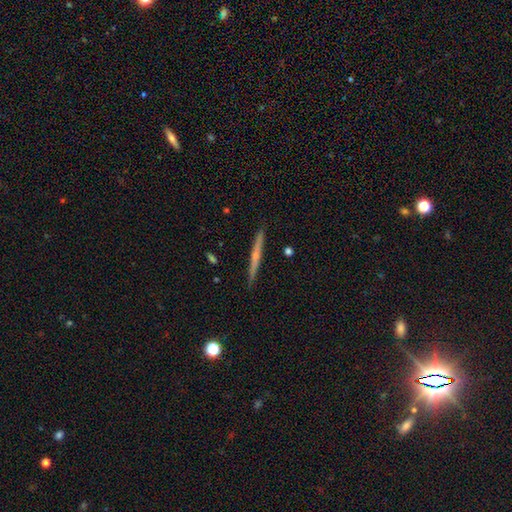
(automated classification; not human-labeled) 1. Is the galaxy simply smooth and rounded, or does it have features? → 58% featured or disk, 35% smooth, 6% star or artifact.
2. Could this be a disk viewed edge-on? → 98% yes, 2% no.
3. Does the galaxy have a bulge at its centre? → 51% none, 44% rounded, 5% boxy.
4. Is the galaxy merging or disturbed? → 91% none, 6% minor disturbance, 1% major disturbance, 1% merger.